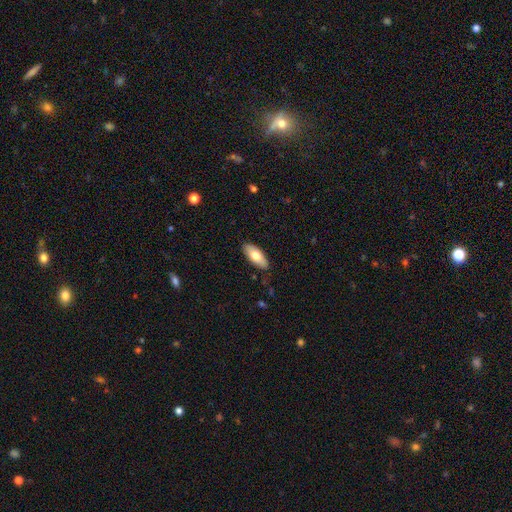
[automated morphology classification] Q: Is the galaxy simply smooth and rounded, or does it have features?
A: smooth — 73%.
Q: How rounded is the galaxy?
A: in between — 84%.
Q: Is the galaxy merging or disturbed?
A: none — 87%.